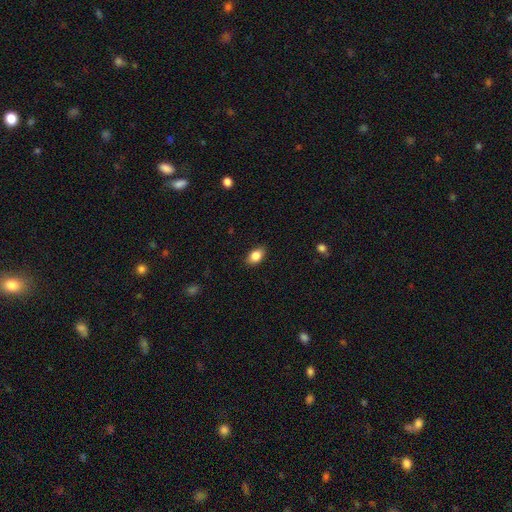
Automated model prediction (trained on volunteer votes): smooth_or_featured: smooth (p=0.85) [alt: star or artifact p=0.08]
how_rounded: in between (p=0.85) [alt: round p=0.13]
merging: none (p=0.86) [alt: minor disturbance p=0.10]